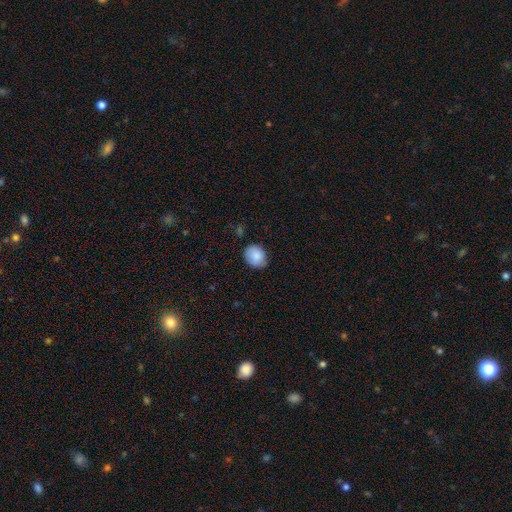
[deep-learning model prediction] The model was most divided on "how rounded": round: 61%, in between: 39%, cigar-shaped: 1%. More confident: smooth or featured — smooth (86%); merging — none (77%).